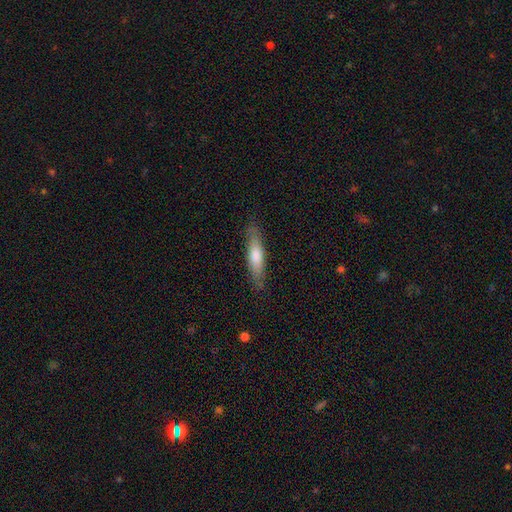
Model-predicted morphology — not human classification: Smooth or featured: smooth — 64% (featured or disk — 30%)
How rounded: cigar-shaped — 81% (in between — 17%)
Merging: none — 85% (minor disturbance — 12%)